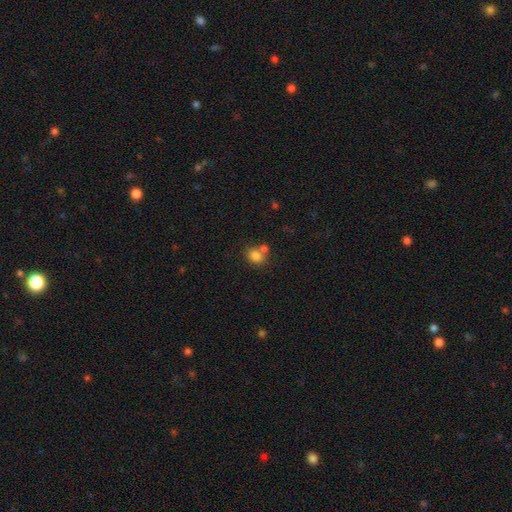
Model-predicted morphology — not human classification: Smooth or featured?
  - smooth: 81% *
  - star or artifact: 11%
  - featured or disk: 8%
How rounded?
  - round: 63% *
  - in between: 36%
  - cigar-shaped: 1%
Merging?
  - none: 56% *
  - merger: 30%
  - minor disturbance: 11%
  - major disturbance: 4%